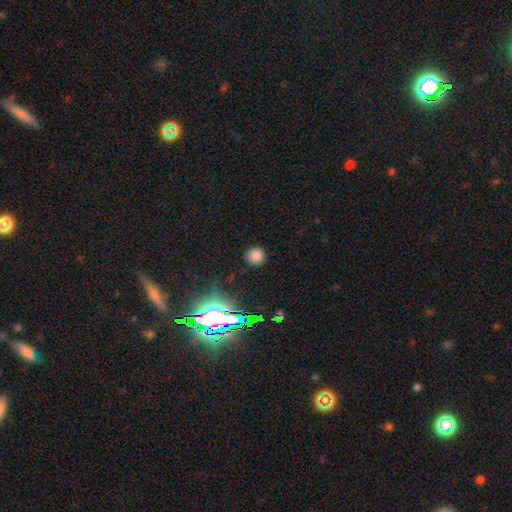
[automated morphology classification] smooth_or_featured: smooth (p=0.76) [alt: star or artifact p=0.20]
how_rounded: round (p=0.94) [alt: in between p=0.05]
merging: none (p=0.89) [alt: minor disturbance p=0.07]